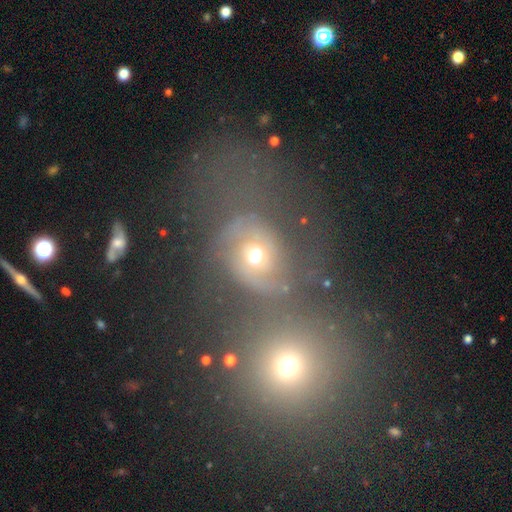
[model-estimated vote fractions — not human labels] smooth_or_featured: featured or disk (p=0.47) [alt: smooth p=0.36]
merging: merger (p=0.41) [alt: none p=0.32]